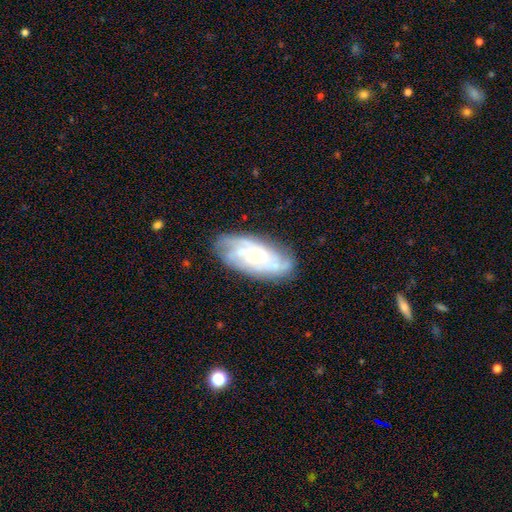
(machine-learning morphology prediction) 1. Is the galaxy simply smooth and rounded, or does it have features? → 75% featured or disk, 18% smooth, 7% star or artifact.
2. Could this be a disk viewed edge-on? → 93% no, 7% yes.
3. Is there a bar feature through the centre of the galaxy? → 69% no, 25% weak, 6% strong.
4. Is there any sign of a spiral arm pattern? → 91% yes, 9% no.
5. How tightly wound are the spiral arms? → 56% tight, 34% medium, 10% loose.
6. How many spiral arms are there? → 38% can't tell, 20% 3, 18% 4, 14% 2, 6% more than 4, 4% 1.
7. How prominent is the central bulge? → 63% small, 28% moderate, 5% none, 3% large, 1% dominant.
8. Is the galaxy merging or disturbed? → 74% none, 18% minor disturbance, 6% major disturbance, 2% merger.